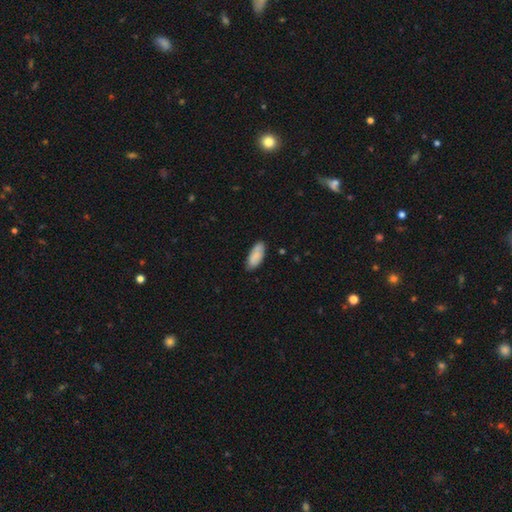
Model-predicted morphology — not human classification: Overall: smooth (83%). How rounded: in between (86%). Merging: none (77%).